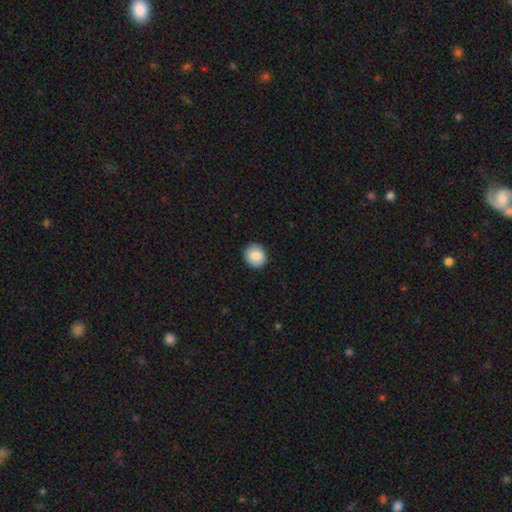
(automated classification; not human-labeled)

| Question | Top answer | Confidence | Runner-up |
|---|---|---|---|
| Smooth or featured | smooth | 85% | star or artifact (8%) |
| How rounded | round | 80% | in between (19%) |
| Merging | none | 90% | minor disturbance (7%) |